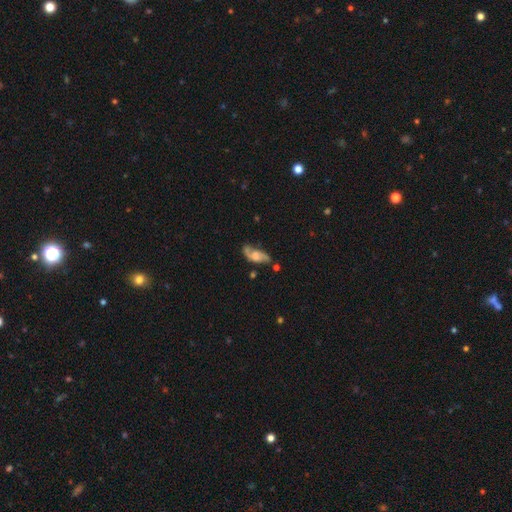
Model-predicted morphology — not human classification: Smooth or featured: featured or disk — 69% (smooth — 23%)
Edge-on disk: no — 92% (yes — 8%)
Bar: no — 58% (weak — 34%)
Spiral arms: yes — 88% (no — 12%)
Spiral winding: loose — 53% (medium — 36%)
Spiral arm count: 2 — 85% (can't tell — 7%)
Bulge size: none — 30% (moderate — 27%)
Merging: none — 53% (minor disturbance — 22%)